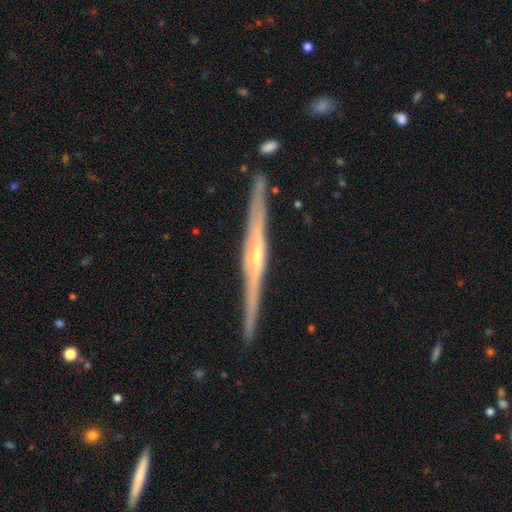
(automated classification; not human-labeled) Smooth or featured? featured or disk (86%)
Edge-on disk? yes (98%)
Edge-on bulge? rounded (72%)
Merging? none (90%)